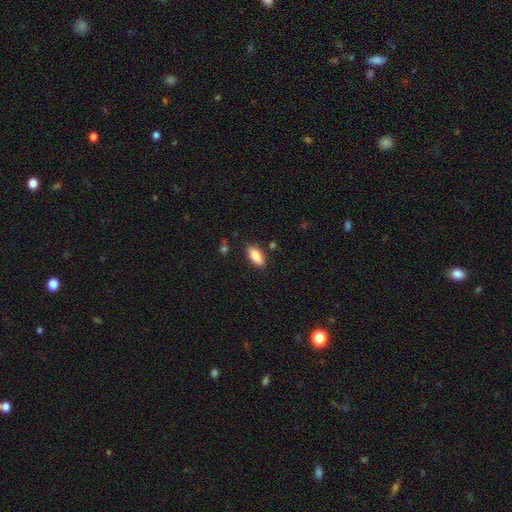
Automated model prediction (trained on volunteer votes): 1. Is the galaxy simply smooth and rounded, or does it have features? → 85% smooth, 9% featured or disk, 7% star or artifact.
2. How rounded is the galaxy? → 89% in between, 9% cigar-shaped, 2% round.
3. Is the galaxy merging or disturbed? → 85% none, 11% minor disturbance, 2% major disturbance, 2% merger.